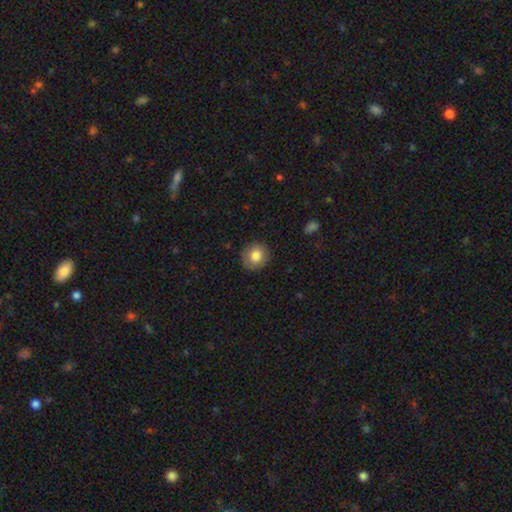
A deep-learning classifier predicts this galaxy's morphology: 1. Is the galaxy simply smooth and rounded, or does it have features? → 80% smooth, 12% featured or disk, 9% star or artifact.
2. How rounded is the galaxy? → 85% round, 14% in between, 1% cigar-shaped.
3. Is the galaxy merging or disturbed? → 84% none, 12% minor disturbance, 3% major disturbance, 1% merger.